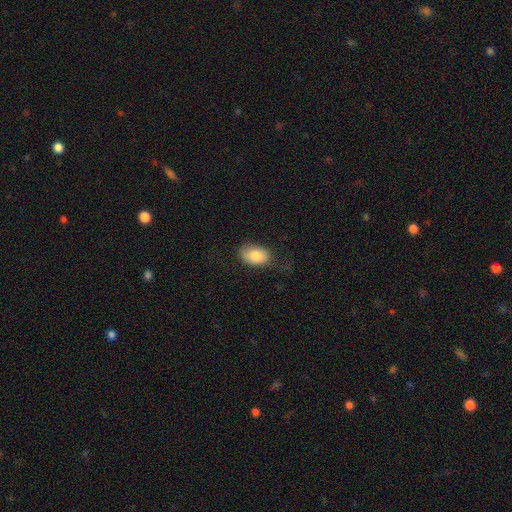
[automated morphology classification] Smooth or featured? Predicted: smooth (p=0.81). How rounded? Predicted: in between (p=0.86). Merging? Predicted: none (p=0.62).